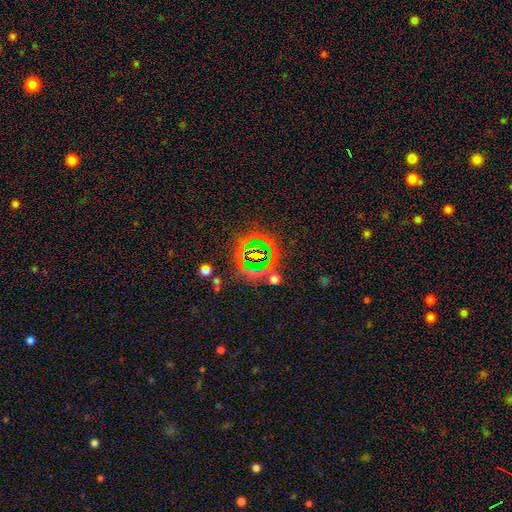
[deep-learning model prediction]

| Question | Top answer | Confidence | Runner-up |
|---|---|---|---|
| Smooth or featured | star or artifact | 74% | smooth (15%) |